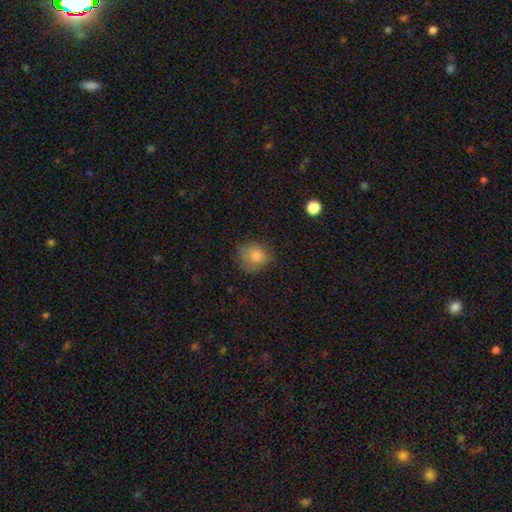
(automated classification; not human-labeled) smooth_or_featured: smooth (p=0.80) [alt: star or artifact p=0.10]
how_rounded: round (p=0.71) [alt: in between p=0.28]
merging: none (p=0.68) [alt: minor disturbance p=0.24]